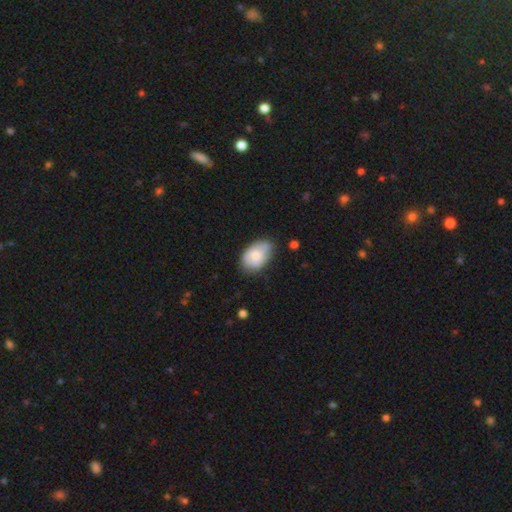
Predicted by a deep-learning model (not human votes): Smooth or featured: smooth — 62% (featured or disk — 32%)
How rounded: in between — 87% (round — 11%)
Merging: none — 64% (minor disturbance — 28%)